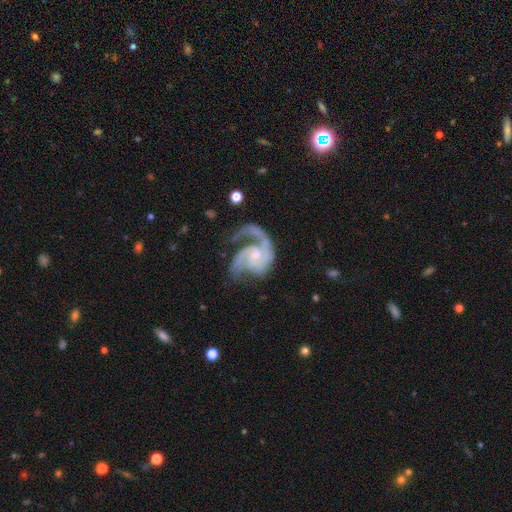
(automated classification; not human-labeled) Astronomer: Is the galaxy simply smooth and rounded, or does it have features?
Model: featured or disk — 92%.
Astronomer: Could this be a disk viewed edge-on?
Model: no — 98%.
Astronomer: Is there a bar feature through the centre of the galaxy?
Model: no — 61%.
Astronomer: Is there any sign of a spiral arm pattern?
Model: yes — 98%.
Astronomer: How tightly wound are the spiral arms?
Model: medium — 55%.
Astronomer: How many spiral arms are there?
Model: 2 — 63%.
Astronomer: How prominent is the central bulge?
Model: small — 63%.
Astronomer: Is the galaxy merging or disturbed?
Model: none — 51%.